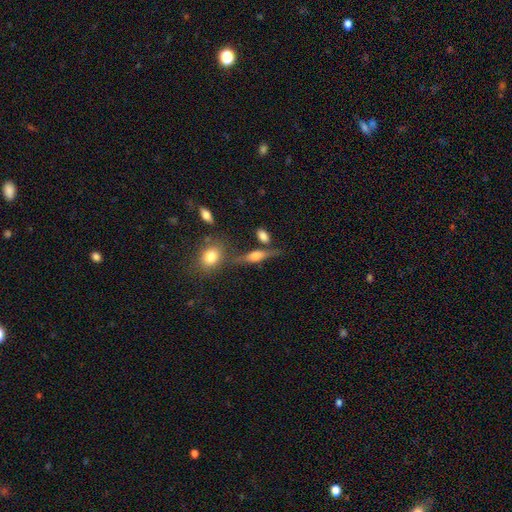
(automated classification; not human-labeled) Q: Smooth or featured?
A: featured or disk (48%); runner-up: smooth (42%)
Q: Merging?
A: none (64%); runner-up: minor disturbance (16%)